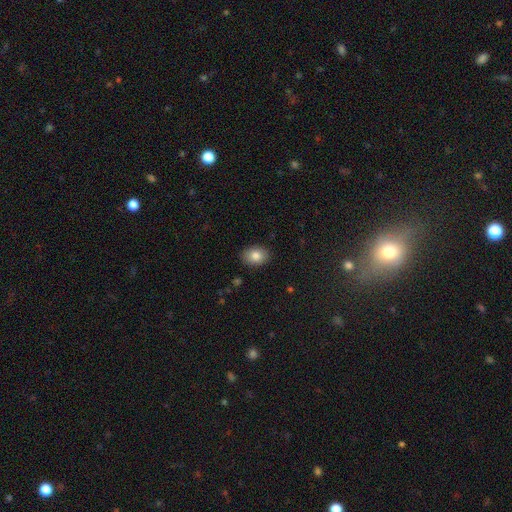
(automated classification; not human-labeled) Smooth or featured? smooth (84%)
How rounded? in between (71%)
Merging? none (88%)